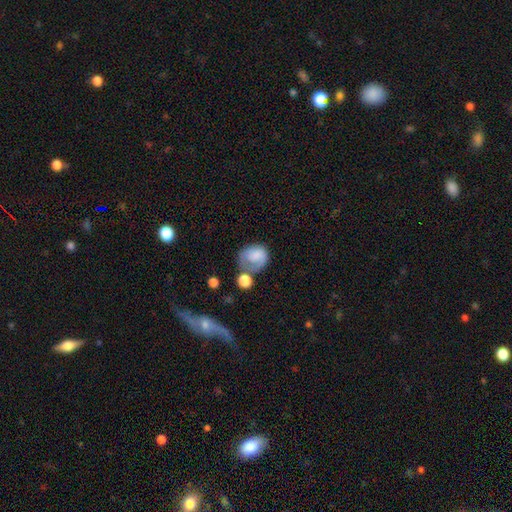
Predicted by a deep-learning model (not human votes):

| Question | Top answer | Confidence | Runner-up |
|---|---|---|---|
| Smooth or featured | smooth | 68% | featured or disk (24%) |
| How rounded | round | 55% | in between (44%) |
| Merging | none | 33% | minor disturbance (26%) |